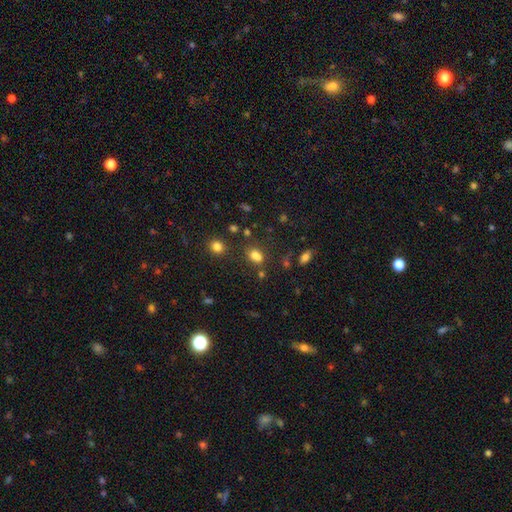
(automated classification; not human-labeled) Overall: smooth (77%). How rounded: in between (72%). Merging: none (64%).